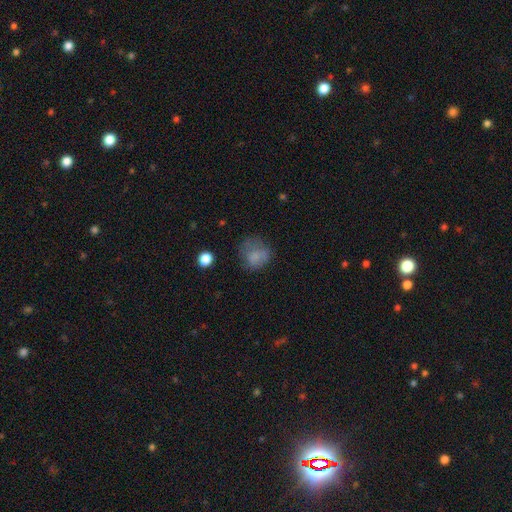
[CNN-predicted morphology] smooth_or_featured: smooth (p=0.73) [alt: featured or disk p=0.15]
how_rounded: round (p=0.73) [alt: in between p=0.26]
merging: none (p=0.54) [alt: minor disturbance p=0.25]